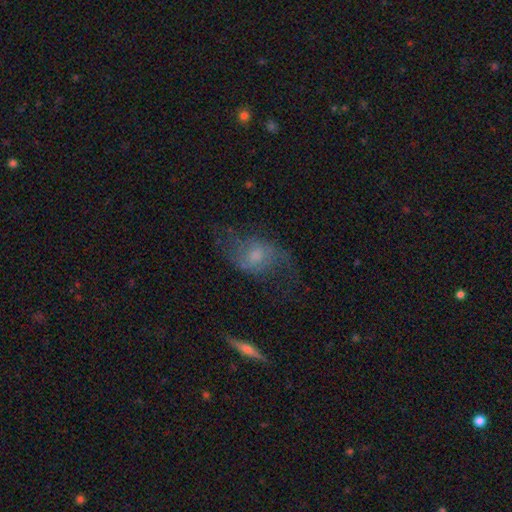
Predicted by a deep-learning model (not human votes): Morphology: type=featured or disk (66%); edge-on=no (93%); bar=no (54%); spiral arms=yes (82%); winding=loose (68%); arm count=2 (81%); bulge=moderate (46%); merging=none (52%).